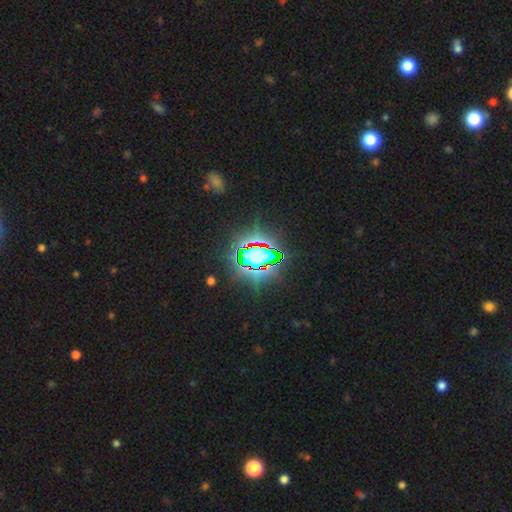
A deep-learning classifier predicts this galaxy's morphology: The model was most divided on "smooth or featured": star or artifact: 79%, smooth: 12%, featured or disk: 9%.